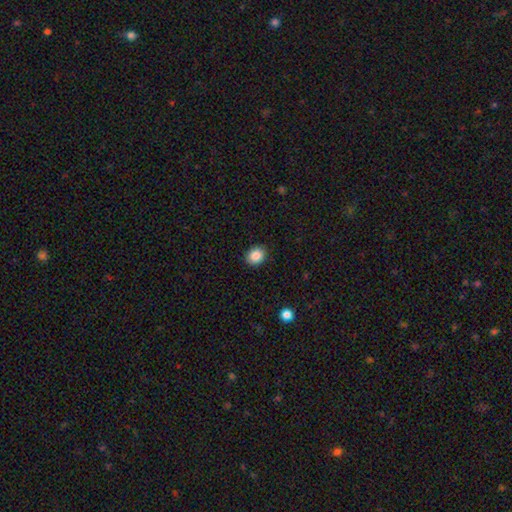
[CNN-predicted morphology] Overall: smooth (87%). How rounded: round (58%; in between 41%). Merging: none (91%).